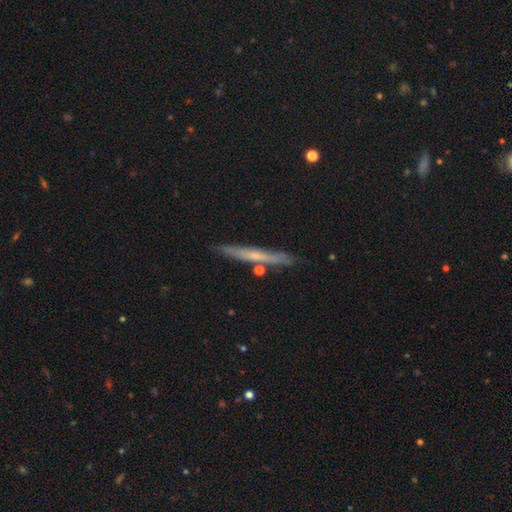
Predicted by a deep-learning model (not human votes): smooth-or-featured: featured or disk: 49% | smooth: 45% | star or artifact: 6%
  merging: none: 83% | minor disturbance: 11% | merger: 4% | major disturbance: 2%